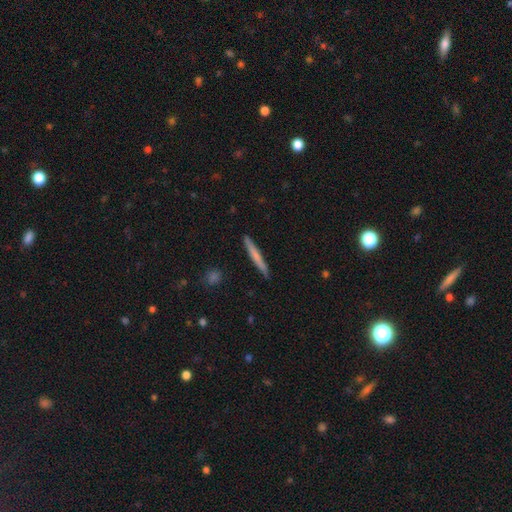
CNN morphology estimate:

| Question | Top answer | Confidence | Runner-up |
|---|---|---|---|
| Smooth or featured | smooth | 62% | featured or disk (32%) |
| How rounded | cigar-shaped | 96% | in between (2%) |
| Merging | none | 91% | minor disturbance (7%) |